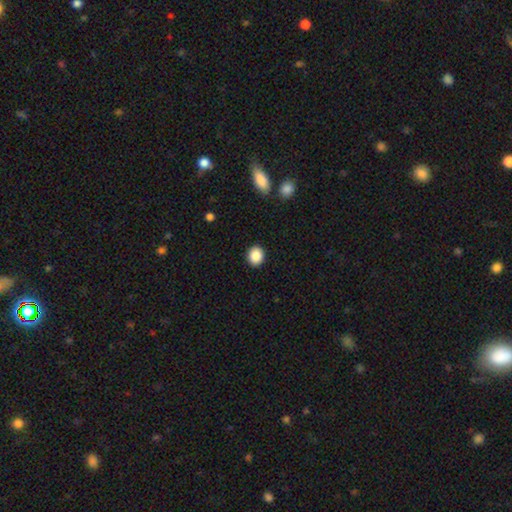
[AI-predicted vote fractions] Morphology: type=smooth (88%); roundness=round (71%); merging=none (91%).